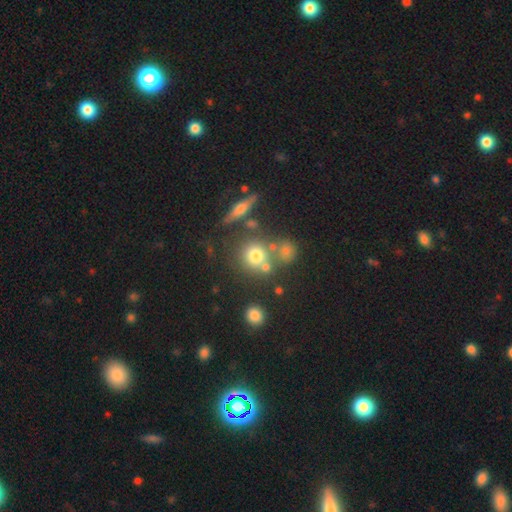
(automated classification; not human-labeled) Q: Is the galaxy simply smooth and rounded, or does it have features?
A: smooth — 69%.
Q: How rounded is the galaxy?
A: round — 83%.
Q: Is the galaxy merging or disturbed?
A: none — 60%.